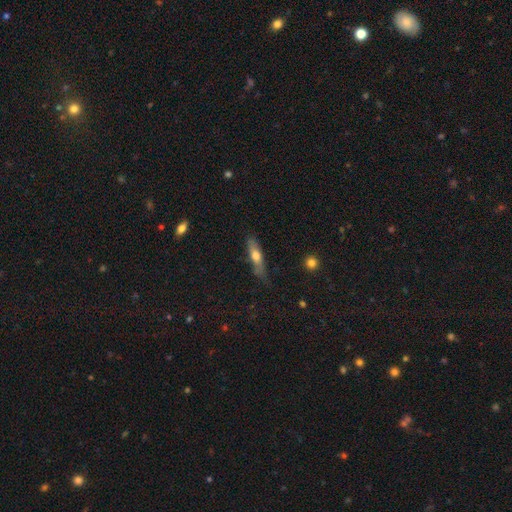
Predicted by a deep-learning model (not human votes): This is possibly a smooth galaxy (60%). How rounded: likely cigar-shaped (64%). Merging: likely none (62%).